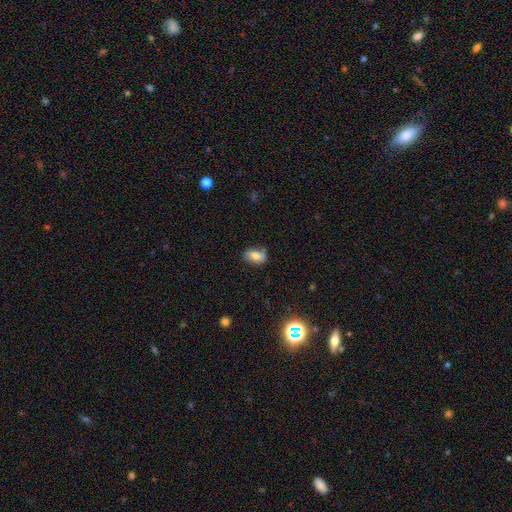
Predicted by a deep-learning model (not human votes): Smooth or featured: smooth — 71% (featured or disk — 18%)
How rounded: in between — 87% (round — 10%)
Merging: none — 61% (minor disturbance — 25%)